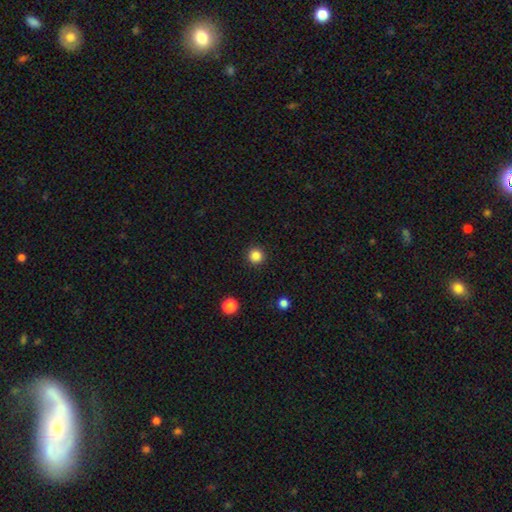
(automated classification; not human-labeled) Smooth or featured?
  - smooth: 85% *
  - star or artifact: 12%
  - featured or disk: 3%
How rounded?
  - round: 96% *
  - in between: 3%
  - cigar-shaped: 1%
Merging?
  - none: 93% *
  - minor disturbance: 4%
  - major disturbance: 2%
  - merger: 1%